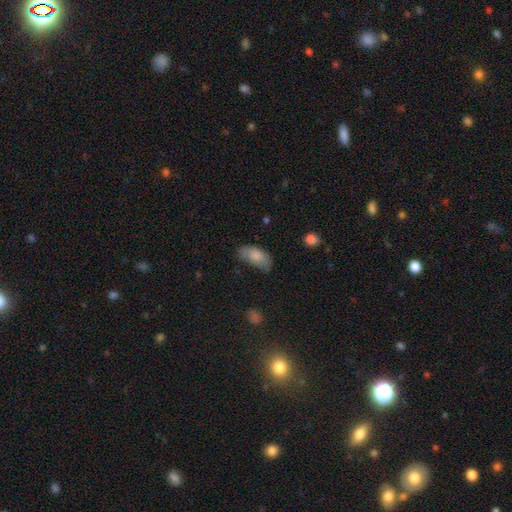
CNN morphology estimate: This appears to be a smooth galaxy with no disk features (82%) that is in between round and cigar-shaped (93%). Merging: none (51%).